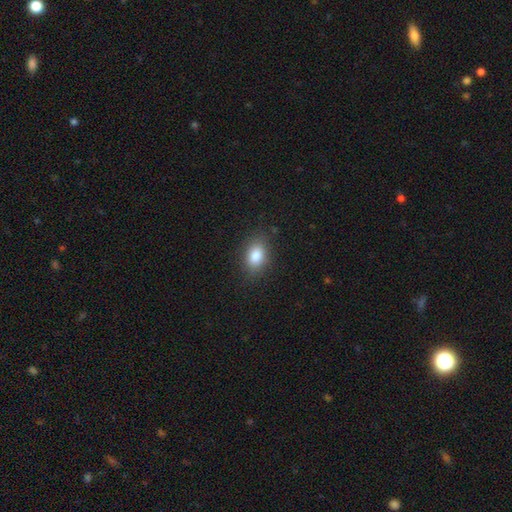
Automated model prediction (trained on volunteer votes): Overall: smooth (84%). How rounded: in between (81%). Merging: none (83%).